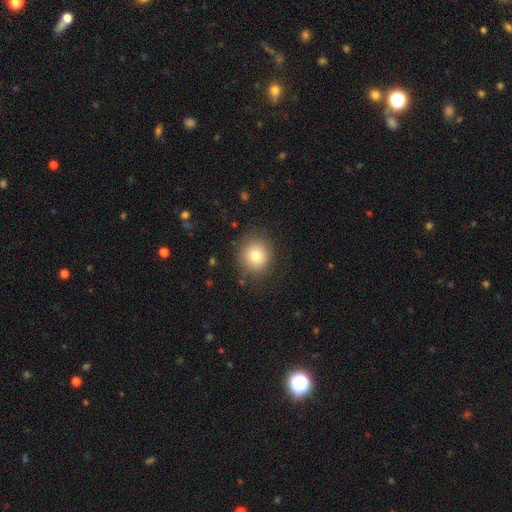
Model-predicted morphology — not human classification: smooth-or-featured: smooth: 76% | featured or disk: 12% | star or artifact: 12%
  how-rounded: round: 88% | in between: 11% | cigar-shaped: 1%
  merging: none: 84% | minor disturbance: 11% | major disturbance: 4% | merger: 1%